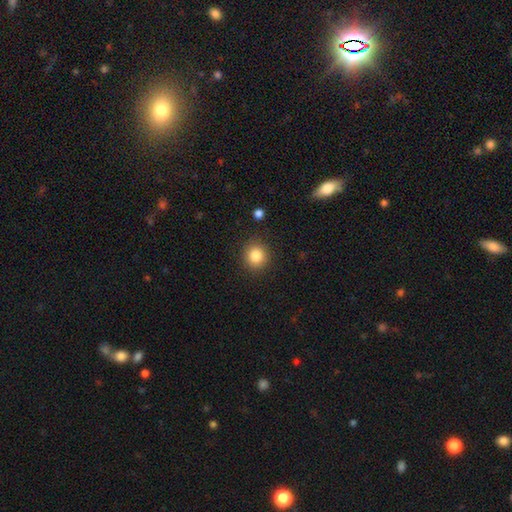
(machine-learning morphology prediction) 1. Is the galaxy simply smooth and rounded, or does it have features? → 84% smooth, 10% star or artifact, 6% featured or disk.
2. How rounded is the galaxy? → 89% round, 10% in between, 1% cigar-shaped.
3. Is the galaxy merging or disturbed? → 89% none, 7% minor disturbance, 2% major disturbance, 2% merger.